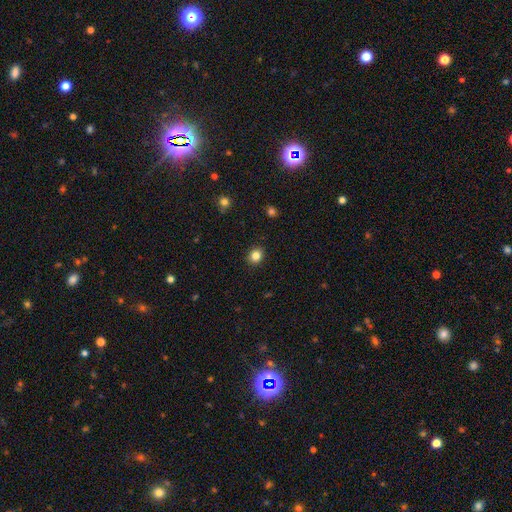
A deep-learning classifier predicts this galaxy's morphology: smooth 84%, star or artifact 11%, featured or disk 5%. Down the decision tree: how rounded — round (68%); merging — none (90%).